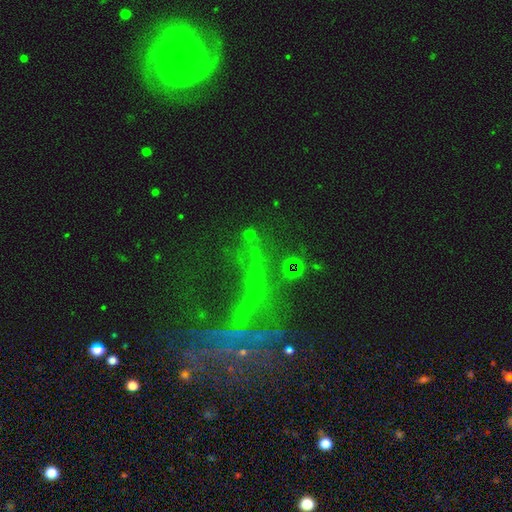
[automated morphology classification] Overall: star or artifact (71%).